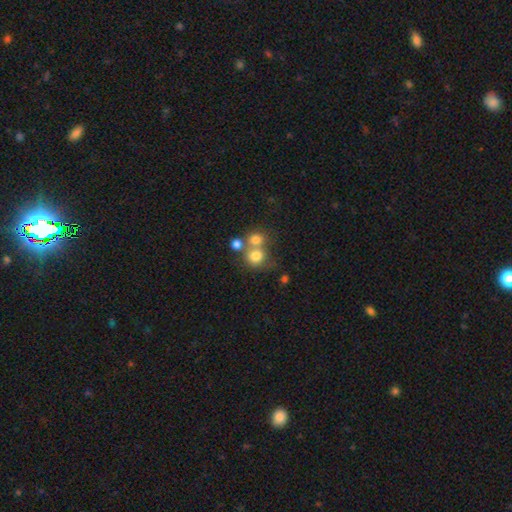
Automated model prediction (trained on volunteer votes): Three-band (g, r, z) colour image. It shows a smooth galaxy with no disk features (74%) that is round (82%). Merging: merger (44%).